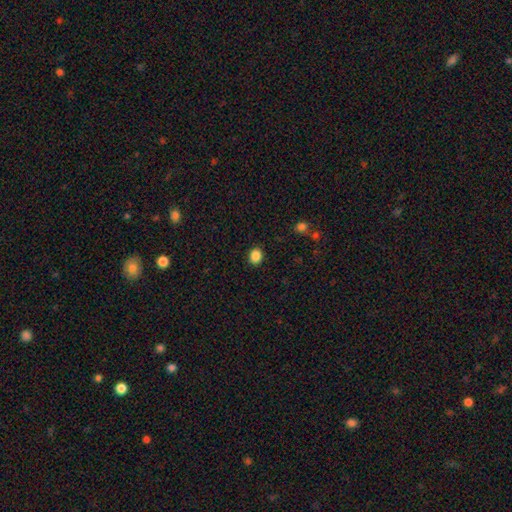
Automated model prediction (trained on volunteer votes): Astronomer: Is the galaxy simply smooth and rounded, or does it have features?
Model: smooth — 87%.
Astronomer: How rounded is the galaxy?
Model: round — 62% (runner-up: in between, 38%).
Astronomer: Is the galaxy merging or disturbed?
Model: none — 90%.